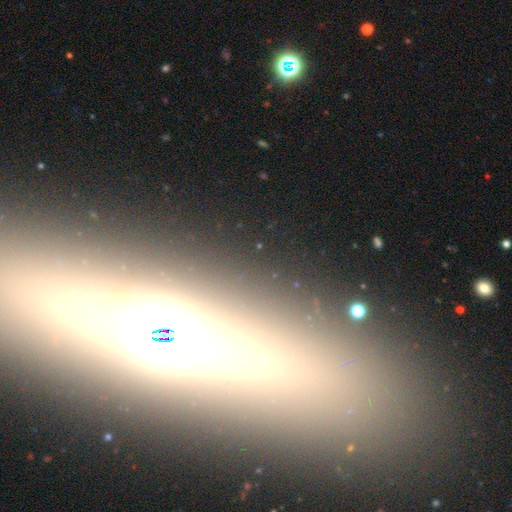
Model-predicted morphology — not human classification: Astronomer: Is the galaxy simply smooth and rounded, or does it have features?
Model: featured or disk — 65%.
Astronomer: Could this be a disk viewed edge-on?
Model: yes — 86%.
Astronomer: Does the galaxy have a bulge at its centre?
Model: rounded — 86%.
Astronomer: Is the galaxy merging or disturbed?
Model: none — 87%.